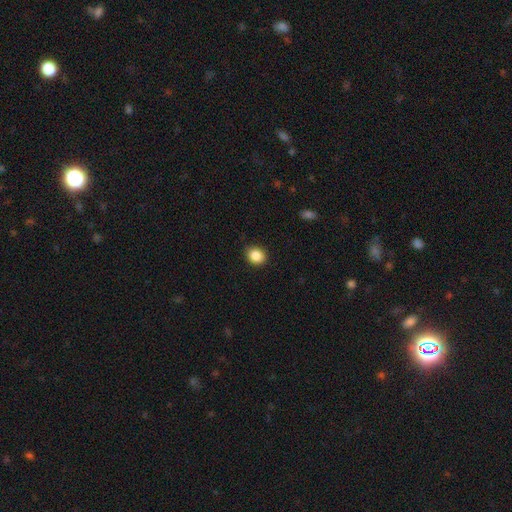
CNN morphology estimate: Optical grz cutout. It shows a smooth galaxy with no disk features (87%) that is round (65%). Merging: none (86%).